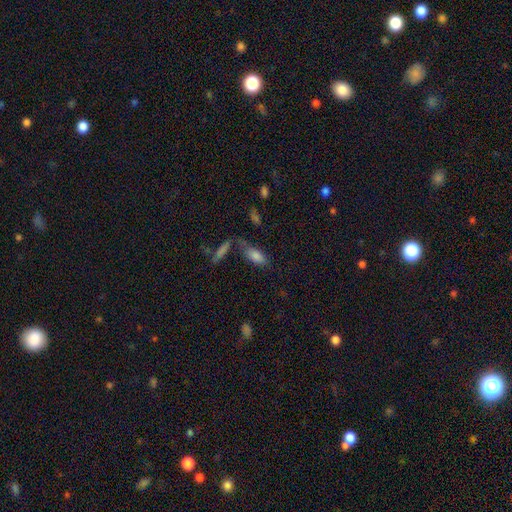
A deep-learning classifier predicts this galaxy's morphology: A smooth galaxy with no disk features (80%) that is in between round and cigar-shaped (79%). Merging: none (56%).